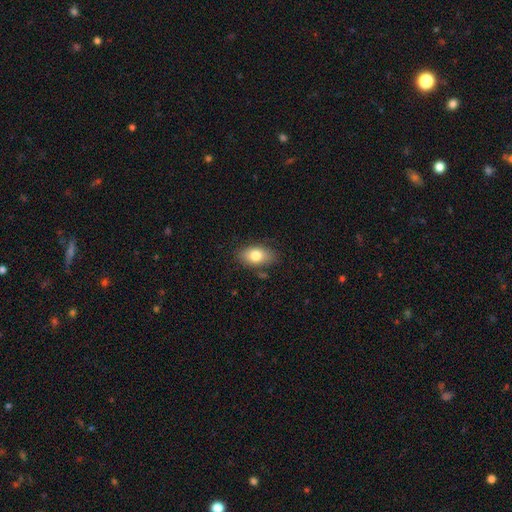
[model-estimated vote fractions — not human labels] A smooth galaxy with no disk features (79%) that is in between round and cigar-shaped (89%). Merging: none (80%).